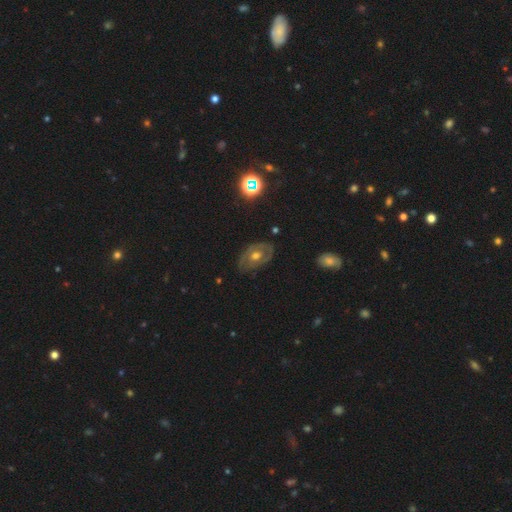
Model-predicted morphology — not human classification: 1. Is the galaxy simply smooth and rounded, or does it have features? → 66% featured or disk, 24% smooth, 10% star or artifact.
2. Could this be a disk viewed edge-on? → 94% no, 6% yes.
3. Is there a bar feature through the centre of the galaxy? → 75% no, 20% weak, 5% strong.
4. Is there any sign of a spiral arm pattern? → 58% yes, 42% no.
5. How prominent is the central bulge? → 73% moderate, 18% small, 6% large, 1% none, 1% dominant.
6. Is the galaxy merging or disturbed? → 70% none, 21% minor disturbance, 8% major disturbance, 2% merger.